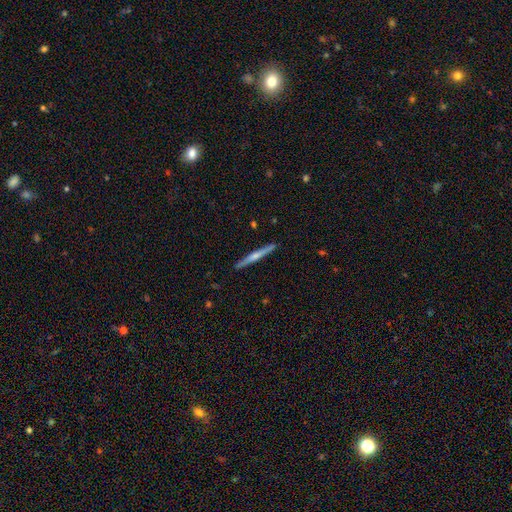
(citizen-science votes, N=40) featured or disk 57%, smooth 35%, star or artifact 8%. Down the decision tree: edge-on disk — yes (100%); edge-on bulge — rounded (83%); merging — none (97%).